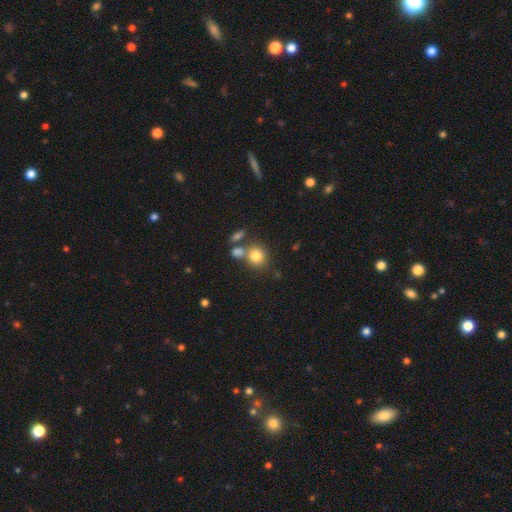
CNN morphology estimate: This is likely a smooth galaxy (80%). How rounded: likely round (78%). Merging: possibly none (59%).